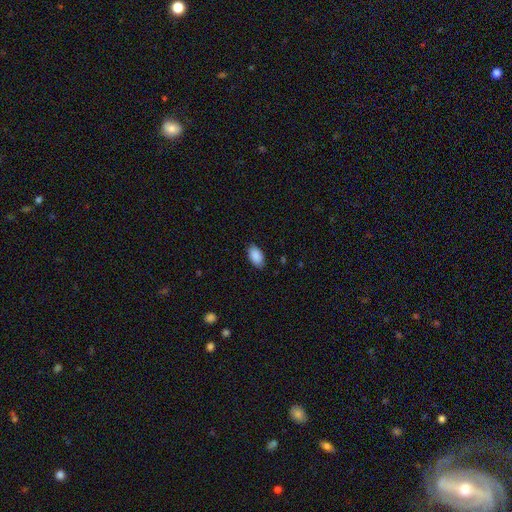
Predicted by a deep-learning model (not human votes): This appears to be a smooth galaxy with no disk features (91%) that is in between round and cigar-shaped (94%). Merging: none (86%).